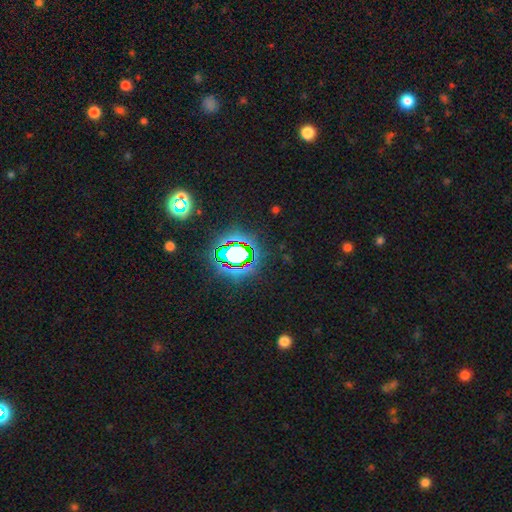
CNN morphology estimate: This appears to be a star or artifact, not a galaxy (81%).